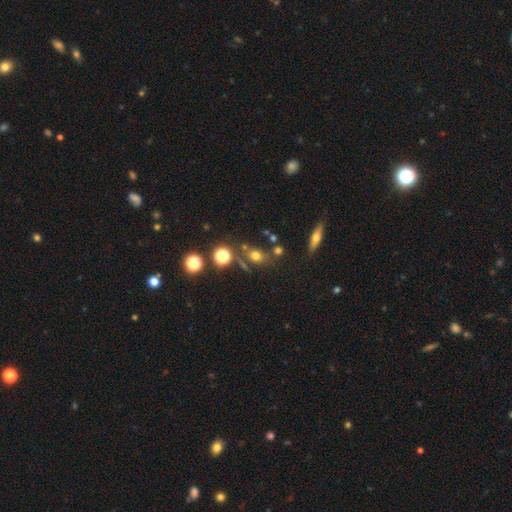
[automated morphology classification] This appears to be a smooth galaxy with no disk features (64%) that is in between round and cigar-shaped (52%). Merging: none (67%).